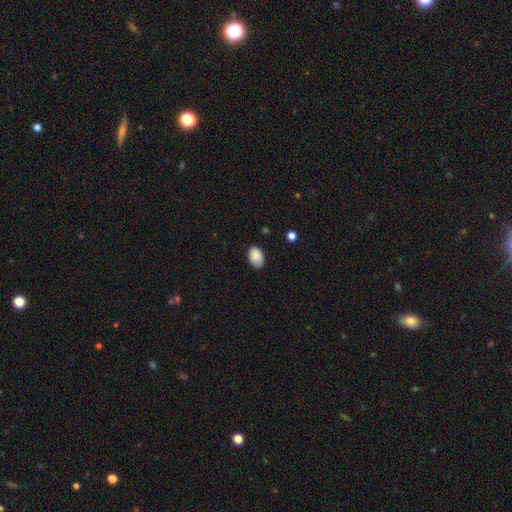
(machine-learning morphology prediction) Smooth or featured: smooth — 87% (star or artifact — 7%)
How rounded: in between — 85% (round — 14%)
Merging: none — 73% (minor disturbance — 21%)